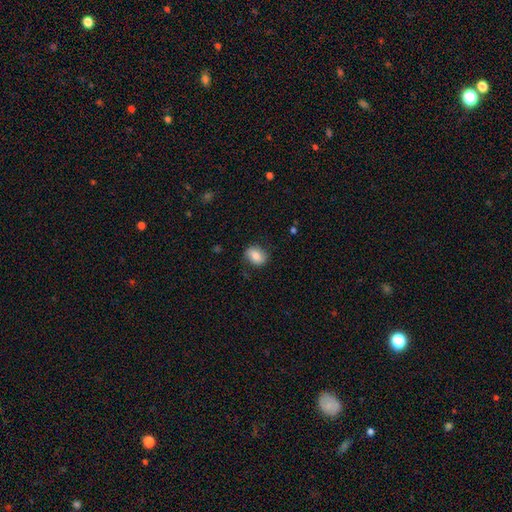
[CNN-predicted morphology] type=smooth (73%); roundness=in between (63%); merging=none (79%).